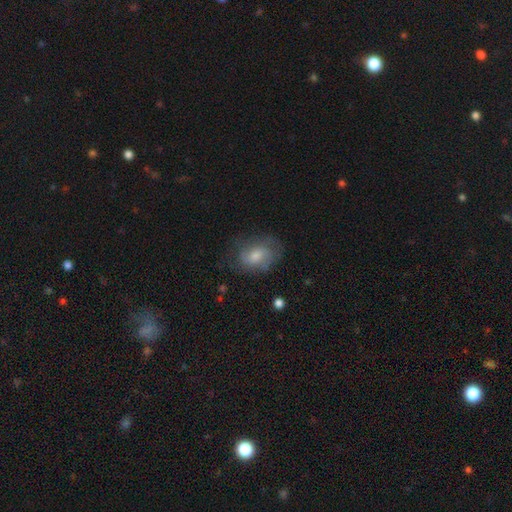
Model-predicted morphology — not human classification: A featured or disk galaxy (46%). Merging: none (68%).